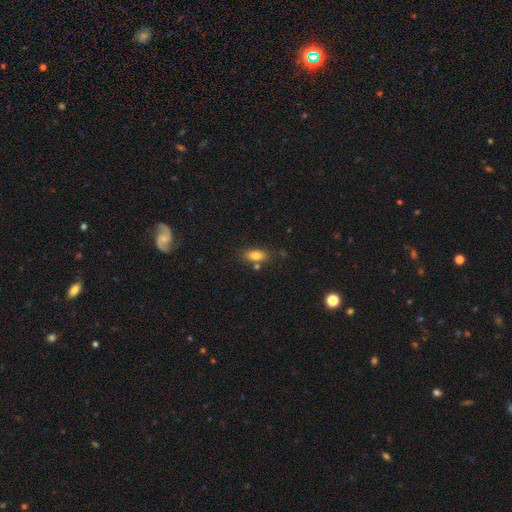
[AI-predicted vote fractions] A smooth galaxy with no disk features (80%) that is in between round and cigar-shaped (84%).

Vote fractions:
- Smooth or featured? smooth: 80% / featured or disk: 11% / star or artifact: 9%
- How rounded? in between: 84% / cigar-shaped: 10% / round: 6%
- Merging? none: 73% / minor disturbance: 14% / merger: 10% / major disturbance: 4%